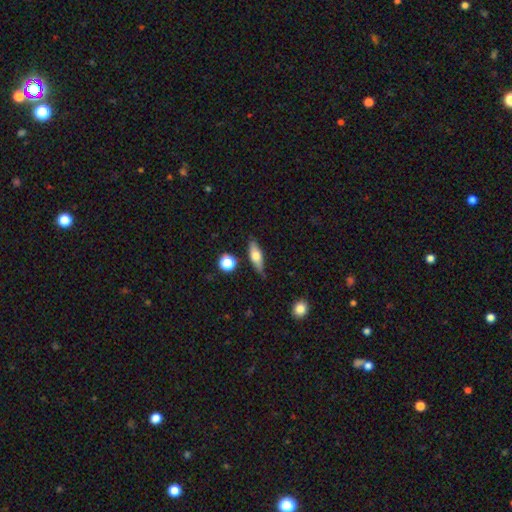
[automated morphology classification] This is possibly a smooth galaxy (57%). How rounded: possibly in between (53%). Merging: likely none (76%).